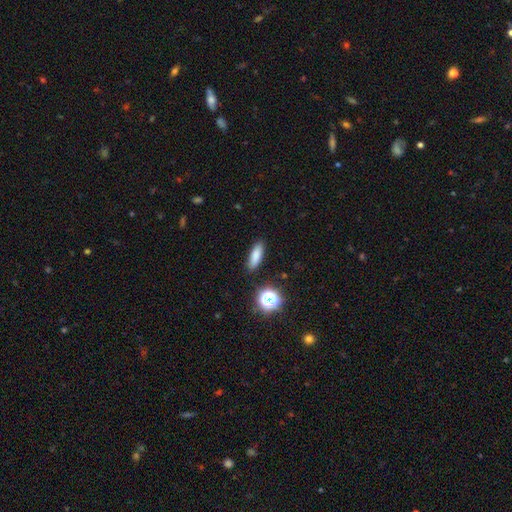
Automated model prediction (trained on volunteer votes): Smooth or featured?
  - smooth: 81% *
  - star or artifact: 11%
  - featured or disk: 8%
How rounded?
  - in between: 52% *
  - cigar-shaped: 42%
  - round: 6%
Merging?
  - none: 86% *
  - minor disturbance: 10%
  - major disturbance: 3%
  - merger: 2%